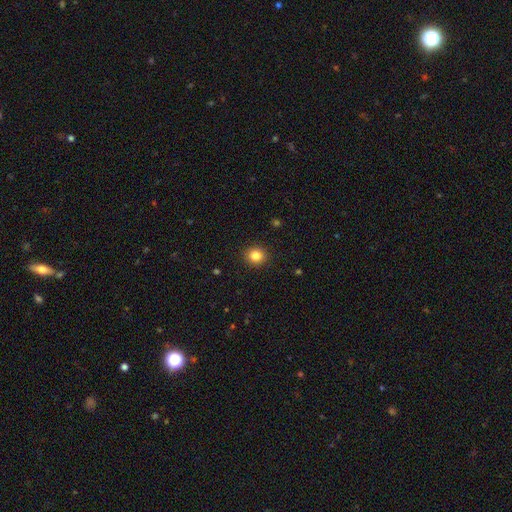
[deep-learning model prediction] A smooth galaxy with no disk features (84%) that is round (84%).

Vote fractions:
- Smooth or featured? smooth: 84% / star or artifact: 11% / featured or disk: 5%
- How rounded? round: 84% / in between: 15% / cigar-shaped: 1%
- Merging? none: 92% / minor disturbance: 6% / major disturbance: 2% / merger: 1%